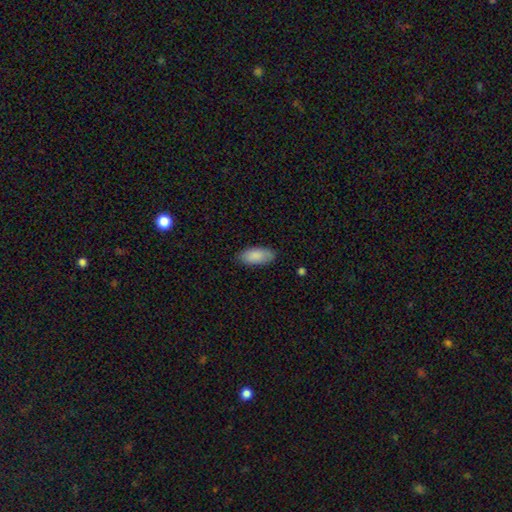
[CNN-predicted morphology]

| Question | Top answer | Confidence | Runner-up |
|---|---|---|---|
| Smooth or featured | smooth | 88% | star or artifact (6%) |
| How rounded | in between | 91% | cigar-shaped (7%) |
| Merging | none | 85% | minor disturbance (12%) |